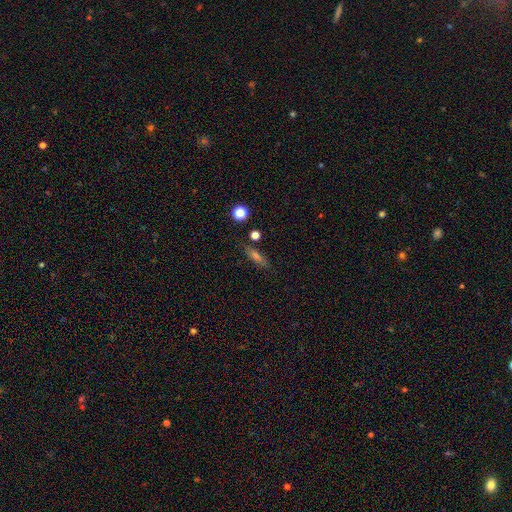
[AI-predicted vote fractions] This is possibly a smooth galaxy (55%). How rounded: likely cigar-shaped (66%). Merging: clearly none (82%).